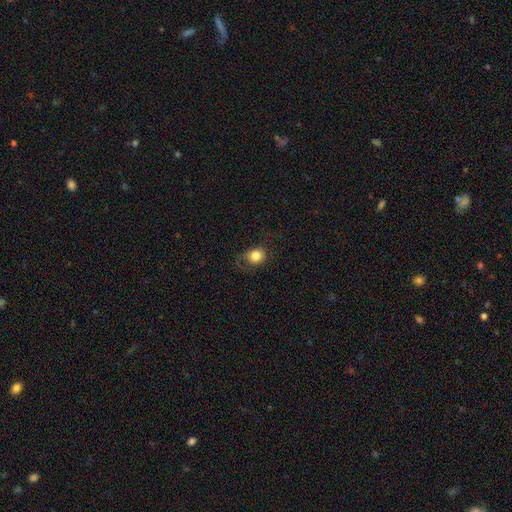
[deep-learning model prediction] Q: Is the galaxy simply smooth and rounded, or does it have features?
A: smooth — 79%.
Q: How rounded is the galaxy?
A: round — 67%.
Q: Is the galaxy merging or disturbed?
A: none — 62%.